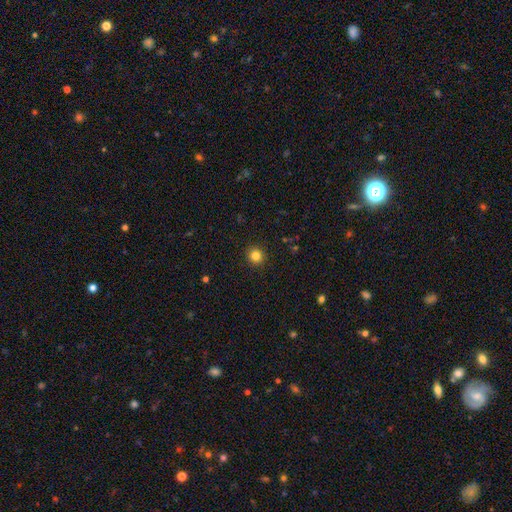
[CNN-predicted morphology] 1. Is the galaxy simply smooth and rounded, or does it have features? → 83% smooth, 12% star or artifact, 5% featured or disk.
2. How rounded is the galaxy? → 93% round, 6% in between, 1% cigar-shaped.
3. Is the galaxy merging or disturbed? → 92% none, 5% minor disturbance, 2% major disturbance, 1% merger.